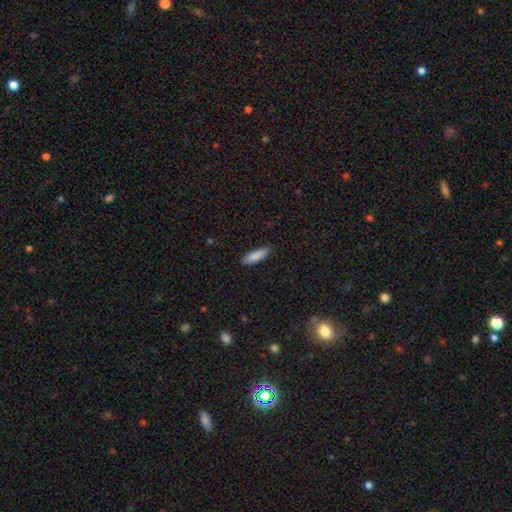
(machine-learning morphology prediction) A smooth galaxy with no disk features (88%) that is cigar-shaped (57%). Merging: none (87%).